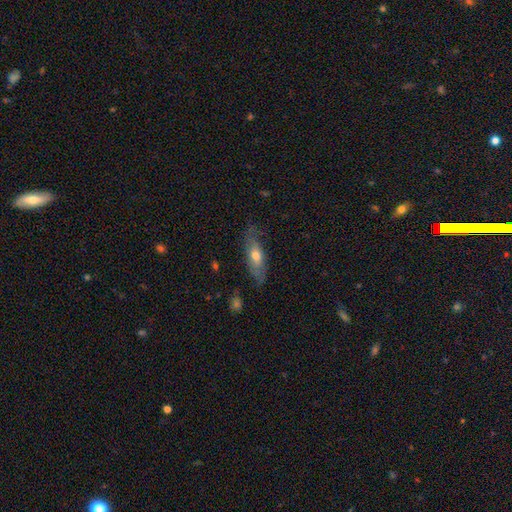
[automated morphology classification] Smooth or featured? Predicted: smooth (p=0.58). How rounded? Predicted: in between (p=0.60). Merging? Predicted: none (p=0.69).